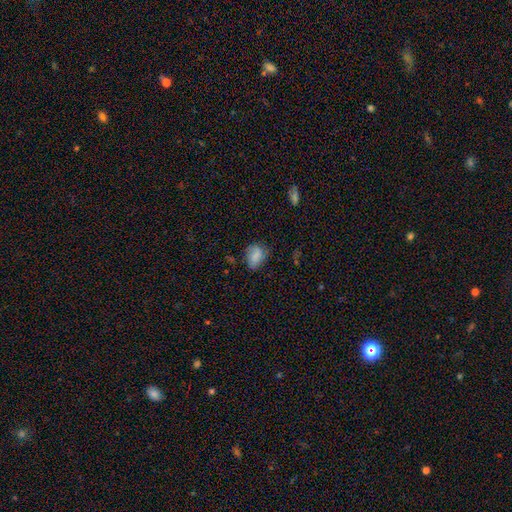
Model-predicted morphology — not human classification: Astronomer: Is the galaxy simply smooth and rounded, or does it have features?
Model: smooth — 77%.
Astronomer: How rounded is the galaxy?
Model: in between — 73%.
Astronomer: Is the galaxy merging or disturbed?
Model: none — 56%.